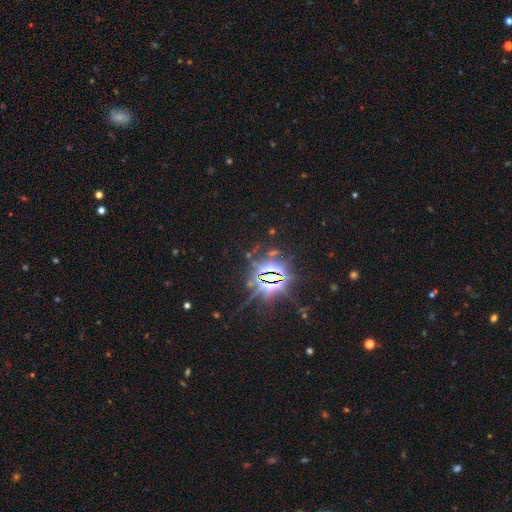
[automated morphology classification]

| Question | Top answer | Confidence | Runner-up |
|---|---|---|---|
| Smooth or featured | star or artifact | 87% | featured or disk (7%) |